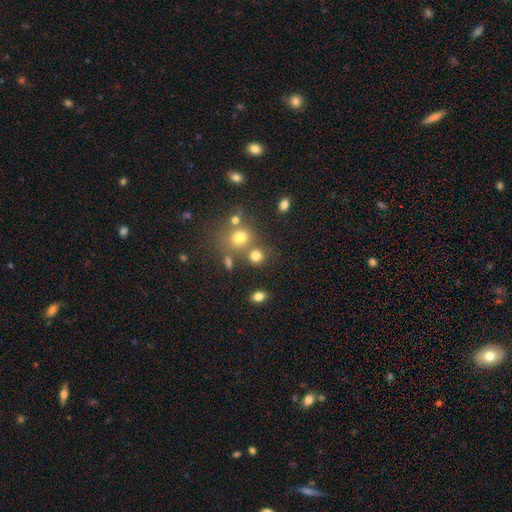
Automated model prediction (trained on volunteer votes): Smooth or featured? Predicted: smooth (p=0.76). How rounded? Predicted: round (p=0.79). Merging? Predicted: none (p=0.63).